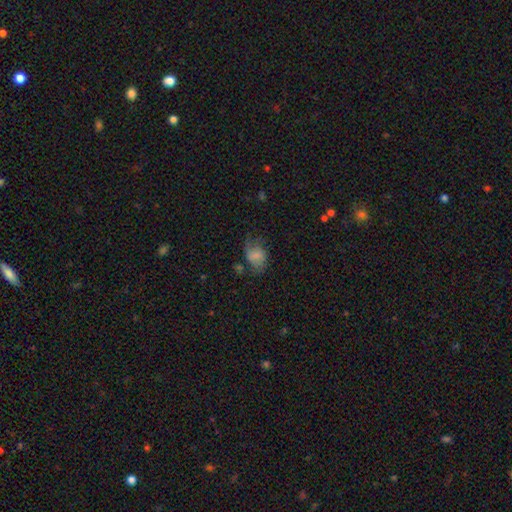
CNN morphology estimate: Q: Smooth or featured?
A: smooth (59%); runner-up: featured or disk (31%)
Q: How rounded?
A: in between (72%); runner-up: round (27%)
Q: Merging?
A: none (40%); runner-up: minor disturbance (30%)